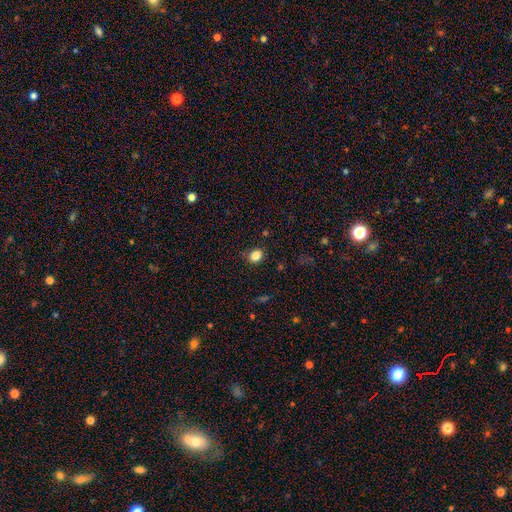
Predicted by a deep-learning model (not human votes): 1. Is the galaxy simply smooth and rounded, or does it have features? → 84% smooth, 11% star or artifact, 5% featured or disk.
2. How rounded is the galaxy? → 50% round, 49% in between, 1% cigar-shaped.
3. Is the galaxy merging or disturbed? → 84% none, 12% minor disturbance, 3% major disturbance, 1% merger.